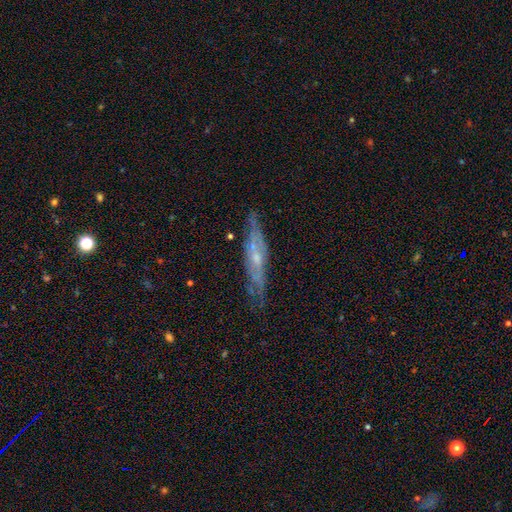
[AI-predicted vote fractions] This appears to be a featured or disk galaxy (70%) viewed edge-on (62%). Merging: none (75%).